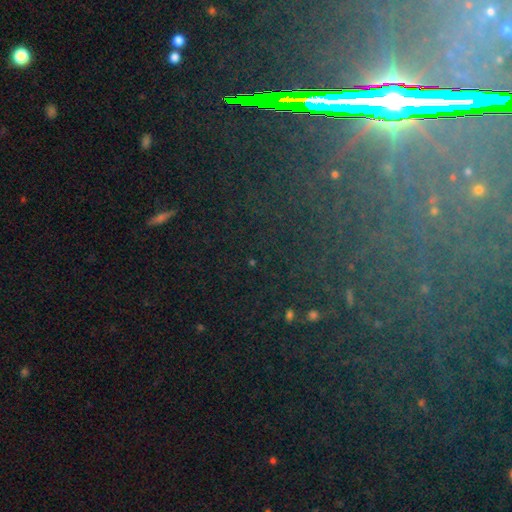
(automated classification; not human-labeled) smooth_or_featured: star or artifact (p=0.77) [alt: featured or disk p=0.12]